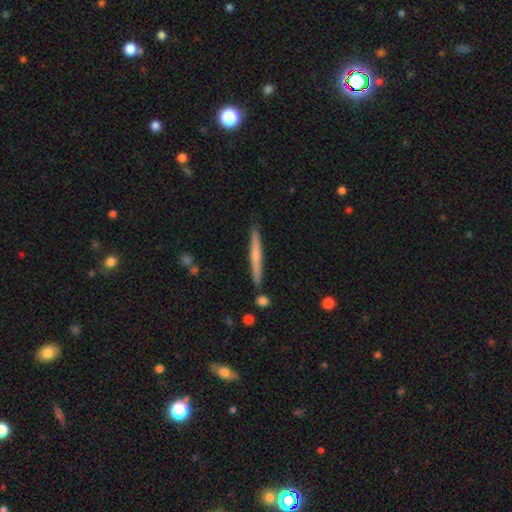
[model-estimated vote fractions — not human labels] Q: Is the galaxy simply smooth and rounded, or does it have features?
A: smooth — 50%.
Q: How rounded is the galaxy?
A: cigar-shaped — 96%.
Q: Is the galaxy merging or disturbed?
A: none — 88%.